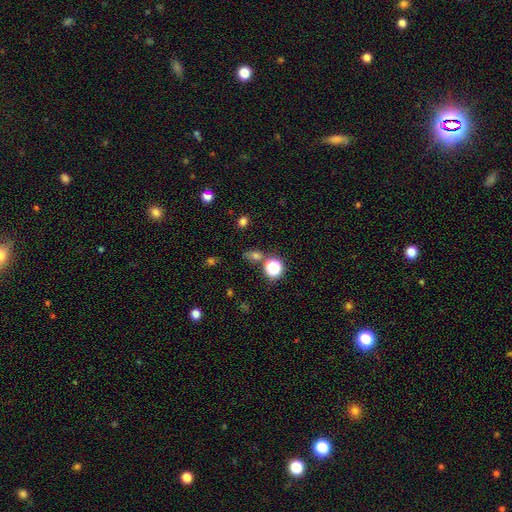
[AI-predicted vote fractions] smooth_or_featured: smooth (p=0.55) [alt: star or artifact p=0.34]
how_rounded: round (p=0.49) [alt: in between p=0.46]
merging: none (p=0.69) [alt: minor disturbance p=0.14]